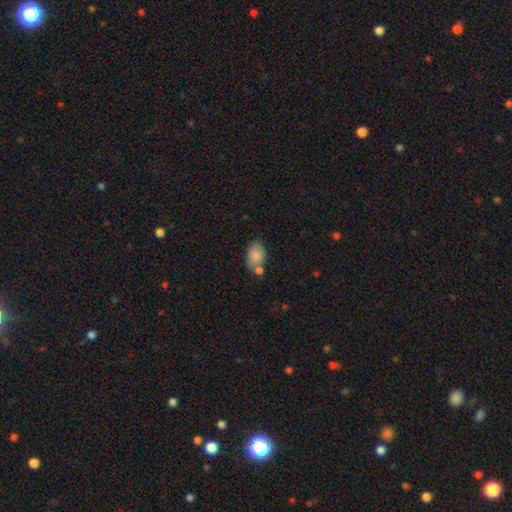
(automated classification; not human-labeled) smooth_or_featured: smooth (p=0.85) [alt: star or artifact p=0.08]
how_rounded: in between (p=0.82) [alt: round p=0.16]
merging: none (p=0.53) [alt: merger p=0.26]